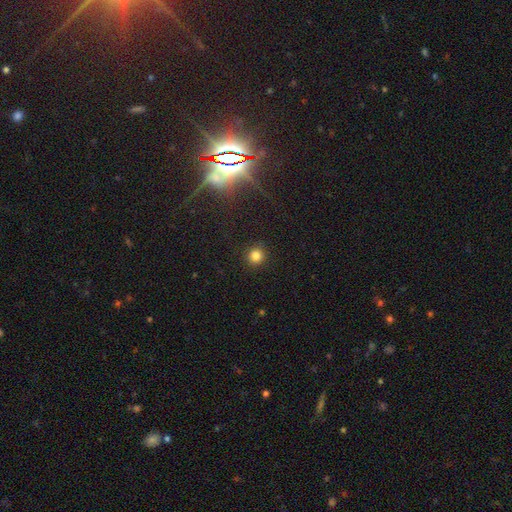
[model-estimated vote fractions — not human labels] The model was most divided on "smooth or featured": smooth: 81%, star or artifact: 14%, featured or disk: 5%. More confident: how rounded — round (93%); merging — none (91%).